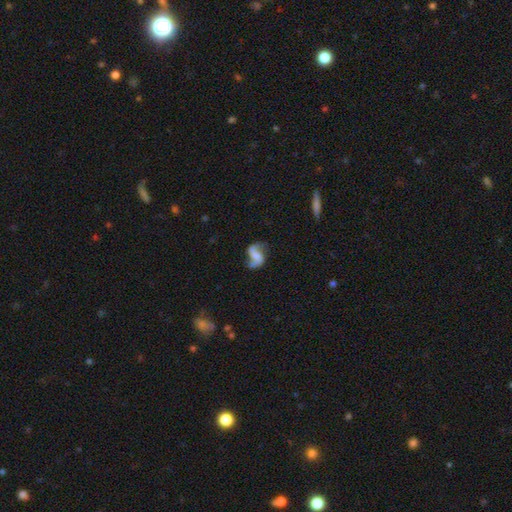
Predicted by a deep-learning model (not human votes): smooth-or-featured: featured or disk: 81% | smooth: 12% | star or artifact: 7%
  disk-edge-on: no: 98% | yes: 2%
    bar: no: 39% (tied) | weak: 39% (tied) | strong: 22%
    has-spiral-arms: yes: 95% | no: 5%
      spiral-winding: loose: 69% | medium: 25% | tight: 6%
      spiral-arm-count: 2: 92% | 1: 3% | can't tell: 2% | 3: 1% | 4: 1% | more than 4: 1%
    bulge-size: none: 51% | small: 23% | moderate: 17% | large: 7% | dominant: 2%
  merging: none: 69% | minor disturbance: 17% | major disturbance: 10% | merger: 3%